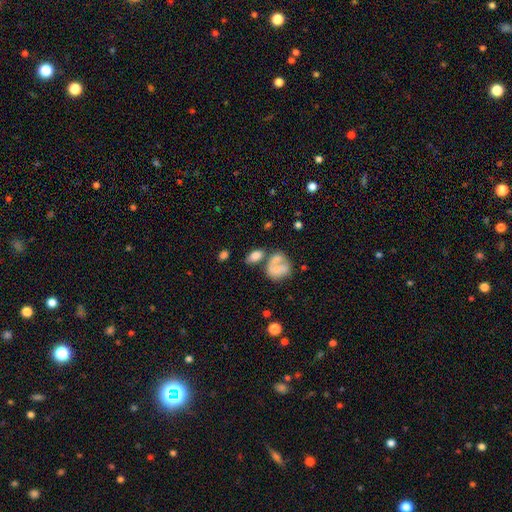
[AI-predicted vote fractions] A smooth galaxy with no disk features (75%) that is in between round and cigar-shaped (83%). Merging: none (41%).